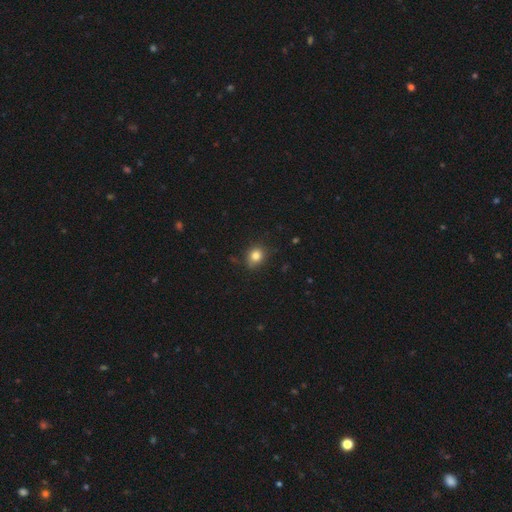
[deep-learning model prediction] The model was most divided on "how rounded": round: 60%, in between: 39%, cigar-shaped: 1%. More confident: smooth or featured — smooth (83%); merging — none (77%).